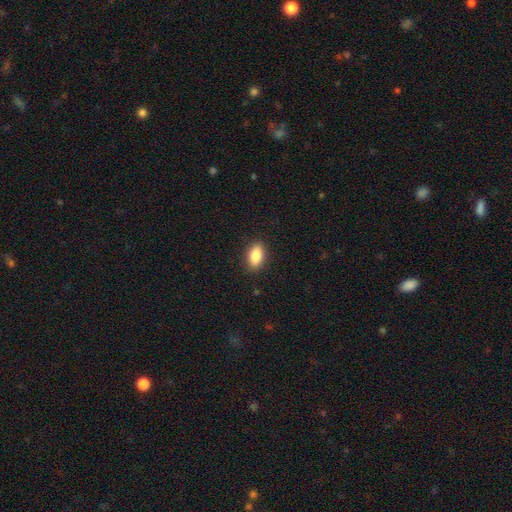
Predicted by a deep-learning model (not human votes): Overall: smooth (84%). How rounded: in between (88%). Merging: none (89%).